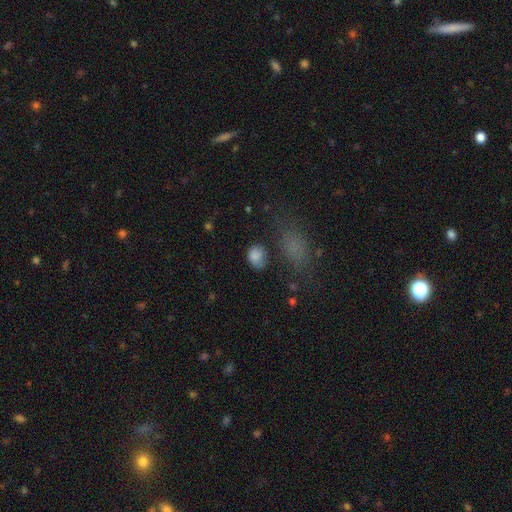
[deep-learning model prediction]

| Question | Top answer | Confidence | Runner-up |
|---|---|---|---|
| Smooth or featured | smooth | 83% | star or artifact (11%) |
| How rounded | round | 57% | in between (42%) |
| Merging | none | 67% | minor disturbance (20%) |